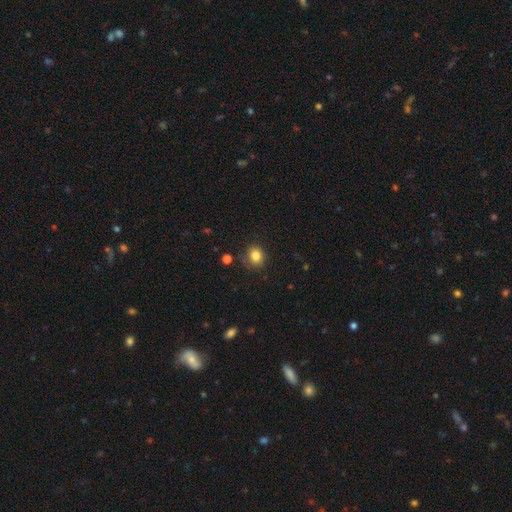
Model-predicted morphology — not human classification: Smooth or featured? smooth (82%)
How rounded? round (76%)
Merging? none (78%)